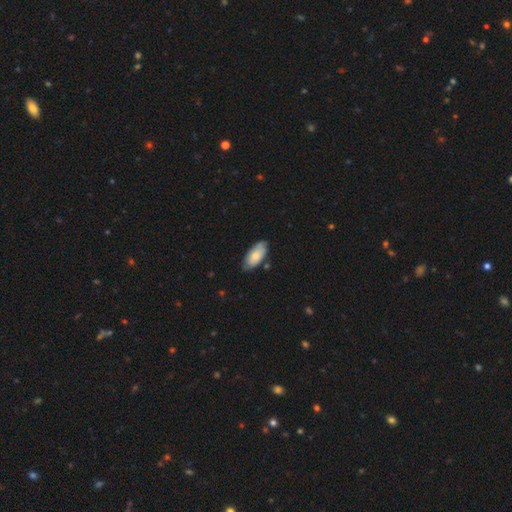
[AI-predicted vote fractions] Q: Smooth or featured?
A: smooth (75%); runner-up: featured or disk (20%)
Q: How rounded?
A: in between (91%); runner-up: cigar-shaped (7%)
Q: Merging?
A: none (73%); runner-up: minor disturbance (21%)